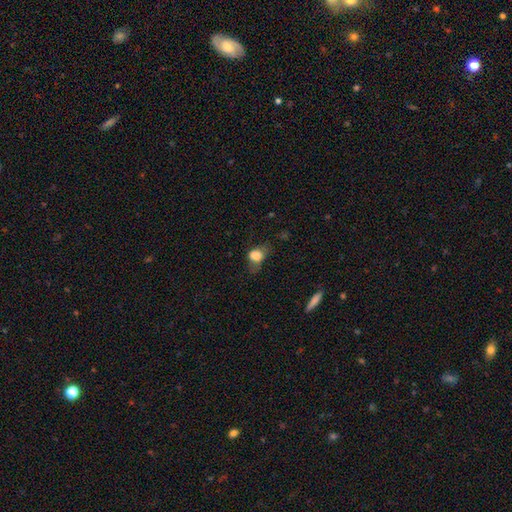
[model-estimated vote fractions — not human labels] Smooth or featured? smooth (77%)
How rounded? in between (66%)
Merging? none (34%)